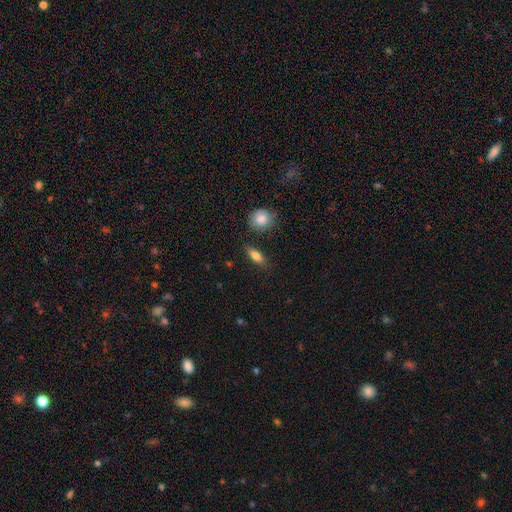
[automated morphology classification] Smooth or featured: smooth — 79% (featured or disk — 14%)
How rounded: in between — 66% (cigar-shaped — 28%)
Merging: none — 82% (minor disturbance — 12%)